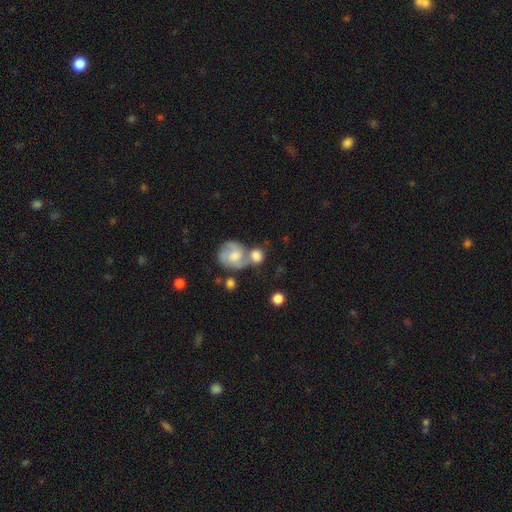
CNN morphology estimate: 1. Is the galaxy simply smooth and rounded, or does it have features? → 57% smooth, 35% featured or disk, 8% star or artifact.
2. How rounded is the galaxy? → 73% round, 25% in between, 2% cigar-shaped.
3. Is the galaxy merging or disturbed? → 46% merger, 36% none, 12% minor disturbance, 7% major disturbance.